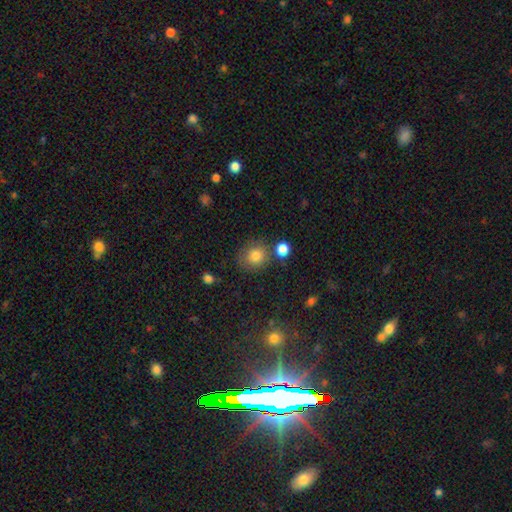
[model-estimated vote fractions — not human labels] smooth 82%, star or artifact 11%, featured or disk 7%. Down the decision tree: how rounded — round (80%); merging — none (72%).